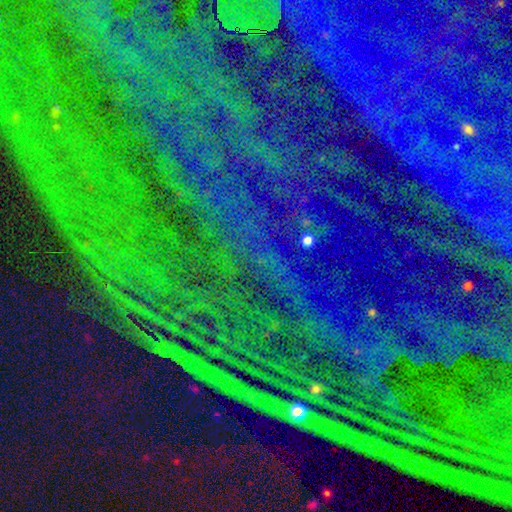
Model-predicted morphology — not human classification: Smooth or featured: star or artifact — 86% (featured or disk — 7%)